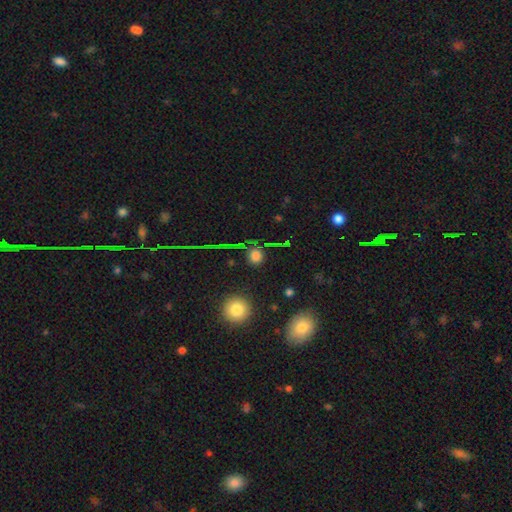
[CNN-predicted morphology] A smooth galaxy with no disk features (75%) that is round (88%). Merging: none (81%).